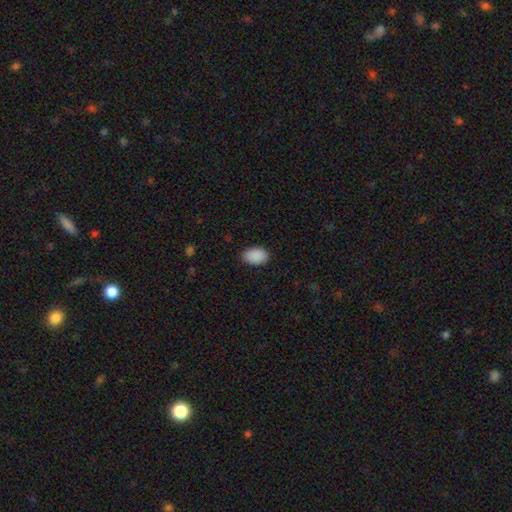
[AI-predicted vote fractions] A smooth galaxy with no disk features (90%) that is in between round and cigar-shaped (88%). Merging: none (85%).